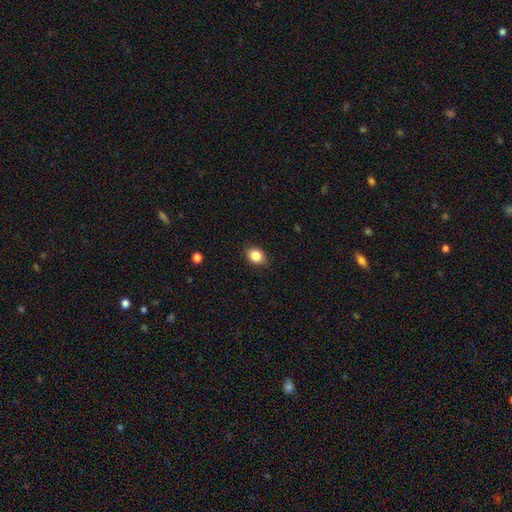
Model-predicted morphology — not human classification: smooth-or-featured: smooth: 85% | star or artifact: 9% | featured or disk: 6%
  how-rounded: in between: 60% | round: 39% | cigar-shaped: 1%
  merging: none: 86% | minor disturbance: 11% | major disturbance: 2% | merger: 1%